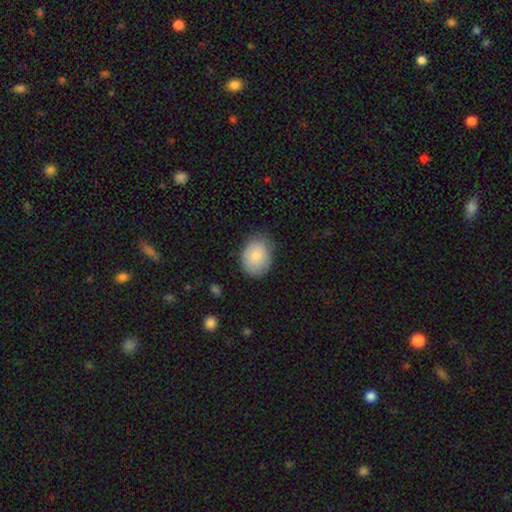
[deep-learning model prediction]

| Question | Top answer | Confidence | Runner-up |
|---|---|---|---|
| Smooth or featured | smooth | 84% | featured or disk (10%) |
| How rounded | in between | 59% | round (40%) |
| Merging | none | 72% | minor disturbance (22%) |